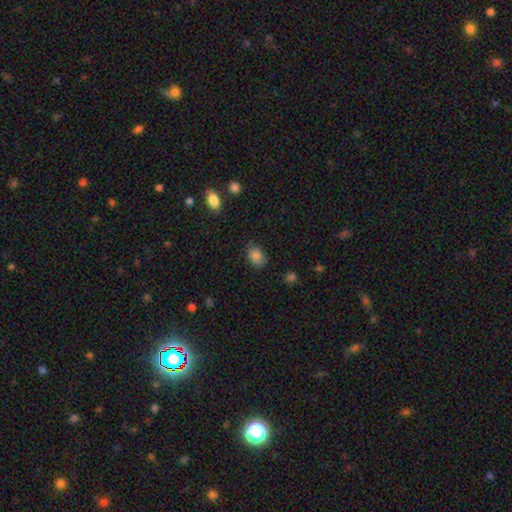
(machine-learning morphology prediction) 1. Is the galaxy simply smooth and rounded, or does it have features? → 85% smooth, 9% star or artifact, 5% featured or disk.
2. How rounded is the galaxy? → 77% in between, 22% round, 1% cigar-shaped.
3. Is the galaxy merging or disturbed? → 81% none, 14% minor disturbance, 3% major disturbance, 1% merger.